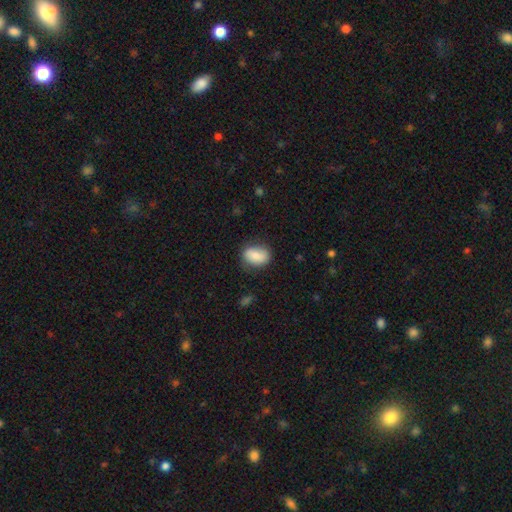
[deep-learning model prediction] Smooth or featured? Predicted: smooth (p=0.79). How rounded? Predicted: in between (p=0.77). Merging? Predicted: none (p=0.74).